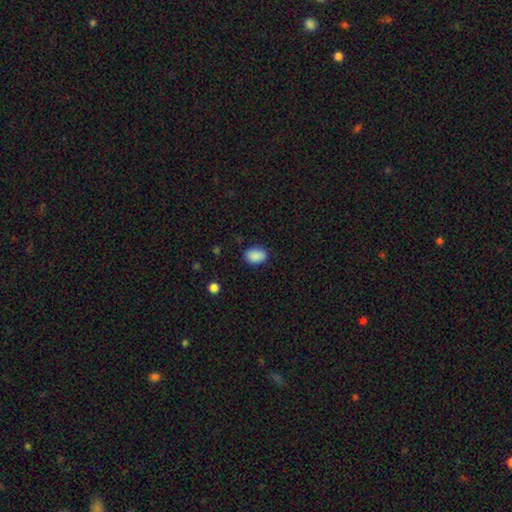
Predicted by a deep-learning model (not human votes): A smooth galaxy with no disk features (89%) that is in between round and cigar-shaped (78%). Merging: none (84%).